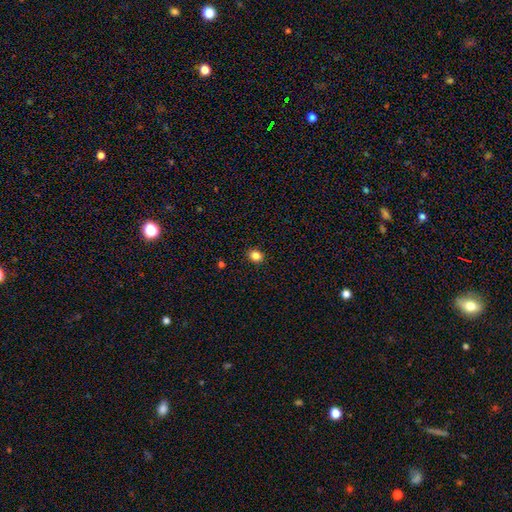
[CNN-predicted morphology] This is clearly a smooth galaxy (84%). How rounded: likely round (62%). Merging: clearly none (91%).